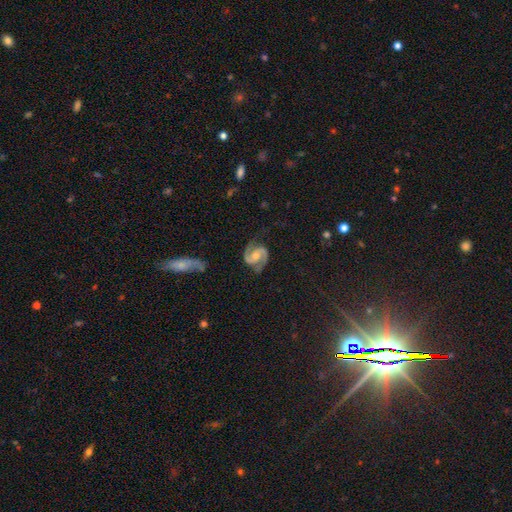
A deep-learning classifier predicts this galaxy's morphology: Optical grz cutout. It shows a featured or disk galaxy (91%) with no bar (47%), 2 (94%) medium (60%) spiral arms (98%) and a moderate central bulge (58%). Merging: none (78%).